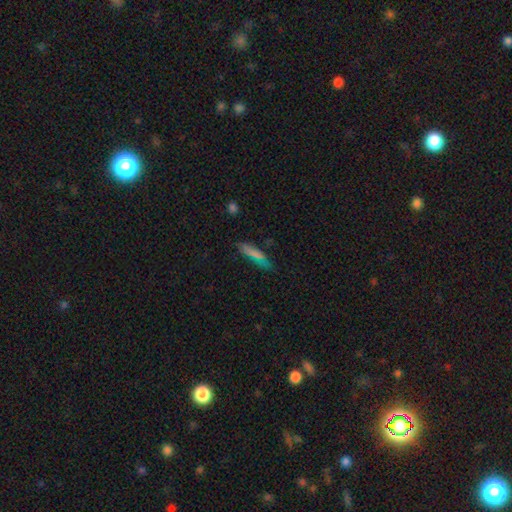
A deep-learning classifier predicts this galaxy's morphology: Smooth or featured? Predicted: smooth (p=0.73). How rounded? Predicted: cigar-shaped (p=0.76). Merging? Predicted: none (p=0.75).